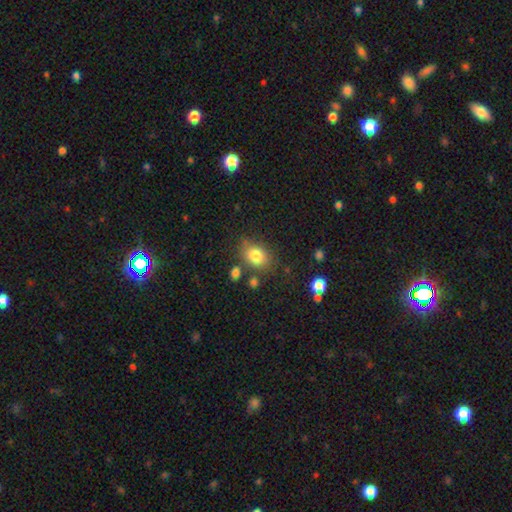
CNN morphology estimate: Q: Smooth or featured?
A: smooth (81%); runner-up: star or artifact (10%)
Q: How rounded?
A: in between (62%); runner-up: round (37%)
Q: Merging?
A: none (71%); runner-up: minor disturbance (16%)